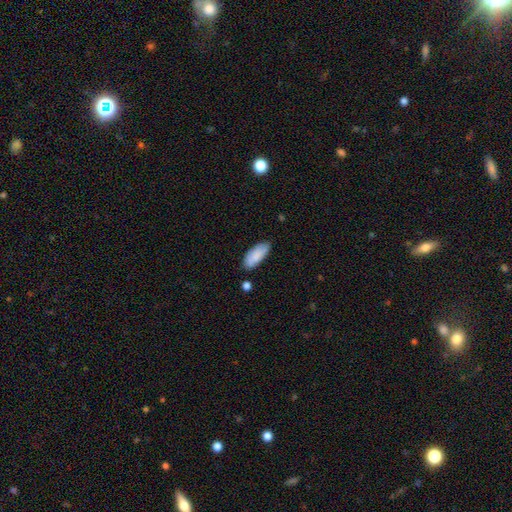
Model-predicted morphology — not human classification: smooth-or-featured: smooth: 85% | featured or disk: 9% | star or artifact: 6%
  how-rounded: in between: 82% | cigar-shaped: 16% | round: 2%
  merging: none: 74% | minor disturbance: 19% | merger: 4% | major disturbance: 3%